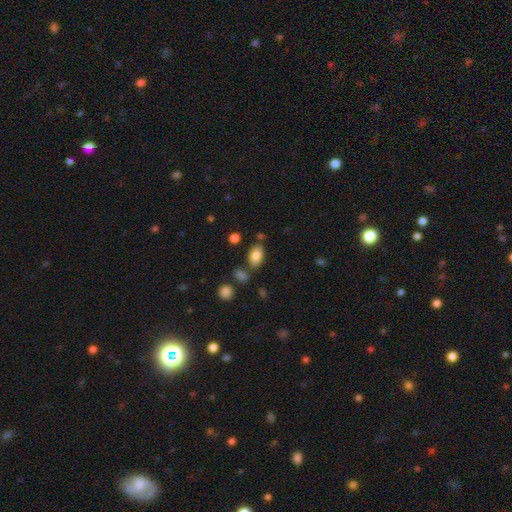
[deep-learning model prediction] This appears to be a smooth galaxy with no disk features (83%) that is in between round and cigar-shaped (89%). Merging: none (73%).